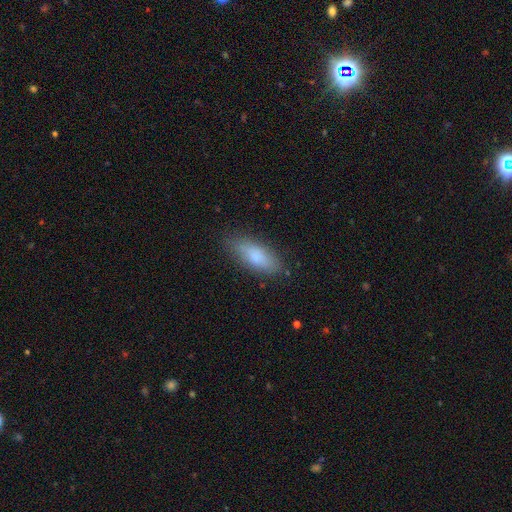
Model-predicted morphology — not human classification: This is likely a smooth galaxy (79%). How rounded: likely in between (71%). Merging: clearly none (80%).